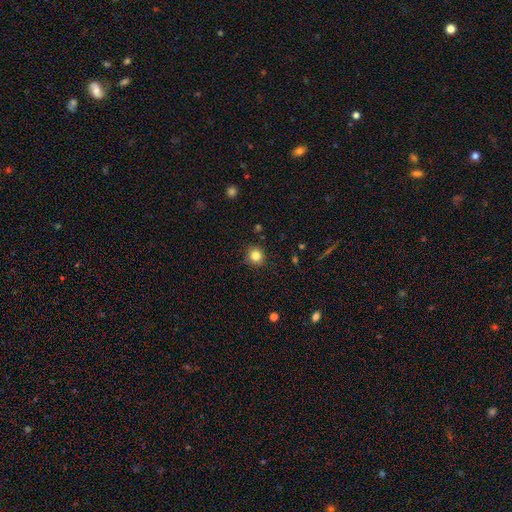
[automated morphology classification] smooth 82%, star or artifact 12%, featured or disk 6%. Down the decision tree: how rounded — round (89%); merging — none (90%).